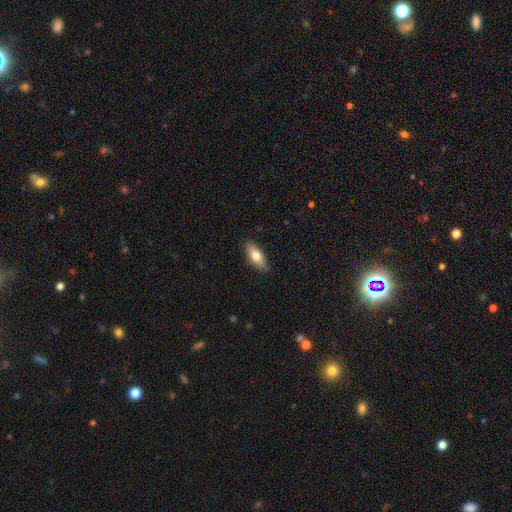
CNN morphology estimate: type=smooth (73%); roundness=in between (77%); merging=none (88%).